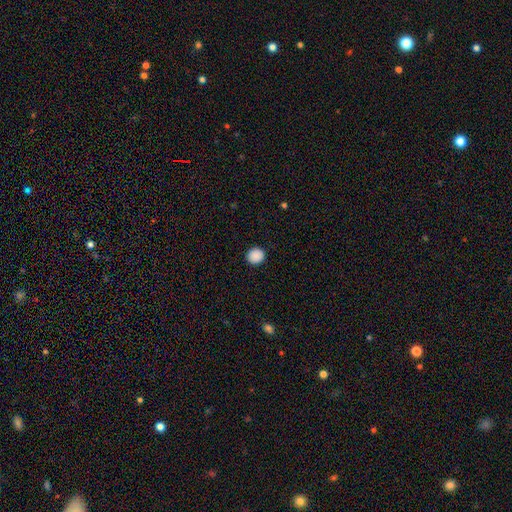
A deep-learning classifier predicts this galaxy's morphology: A smooth galaxy with no disk features (89%) that is round (82%).

Vote fractions:
- Smooth or featured? smooth: 89% / star or artifact: 8% / featured or disk: 2%
- How rounded? round: 82% / in between: 17% / cigar-shaped: 1%
- Merging? none: 92% / minor disturbance: 6% / major disturbance: 2% / merger: 1%